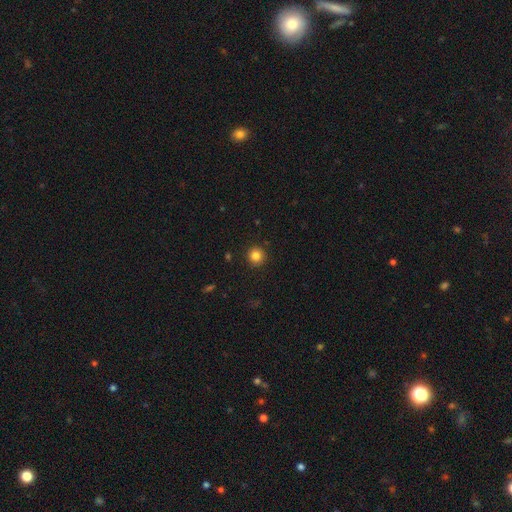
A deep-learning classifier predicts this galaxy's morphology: smooth-or-featured: smooth: 83% | star or artifact: 12% | featured or disk: 5%
  how-rounded: round: 94% | in between: 5% | cigar-shaped: 1%
  merging: none: 92% | minor disturbance: 5% | major disturbance: 2% | merger: 1%